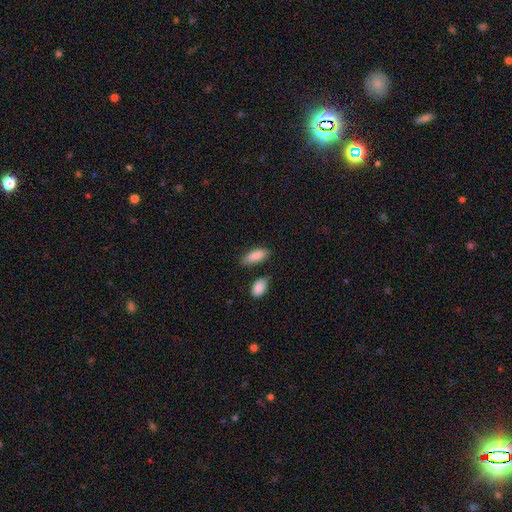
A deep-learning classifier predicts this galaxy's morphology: The model was most divided on "merging": none: 70%, minor disturbance: 19%, merger: 7%, major disturbance: 4%. More confident: smooth or featured — smooth (88%); how rounded — in between (80%).